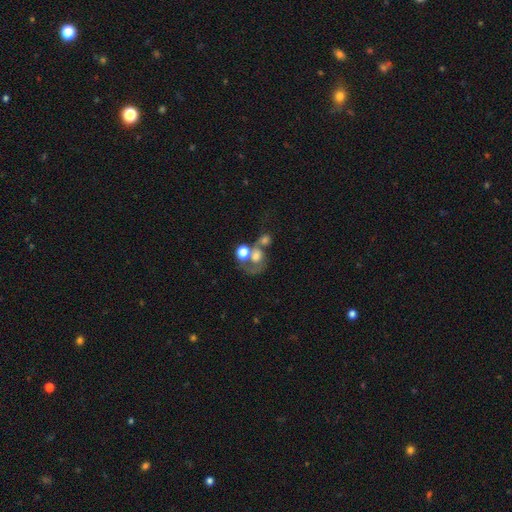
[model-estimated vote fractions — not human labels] This is possibly a smooth galaxy (56%). How rounded: likely round (62%). Merging: possibly merger (53%).